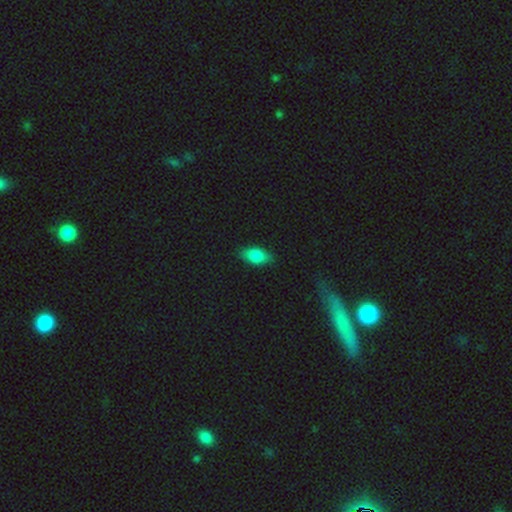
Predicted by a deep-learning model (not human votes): smooth-or-featured: smooth: 81% | featured or disk: 10% | star or artifact: 9%
  how-rounded: in between: 89% | round: 6% | cigar-shaped: 6%
  merging: none: 81% | minor disturbance: 15% | major disturbance: 3% | merger: 1%